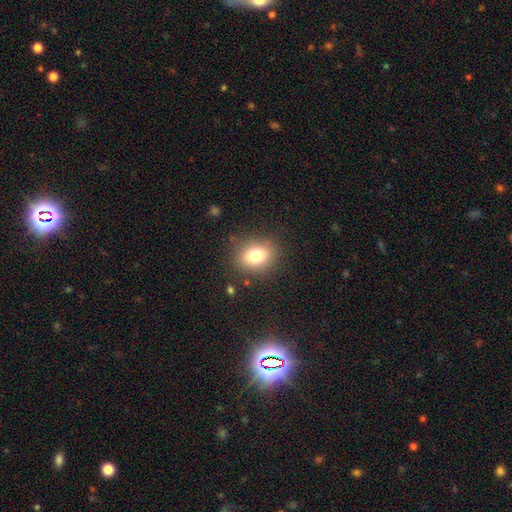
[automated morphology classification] This is likely a smooth galaxy (78%). How rounded: possibly in between (50%). Merging: clearly none (83%).